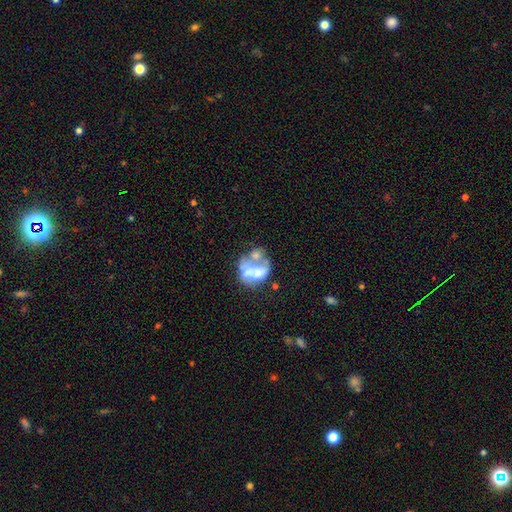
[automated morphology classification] featured or disk 55%, smooth 34%, star or artifact 11%. Down the decision tree: edge-on disk — no (98%); bar — no (85%); spiral arms — no (91%); bulge size — none (48%); merging — merger (43%).